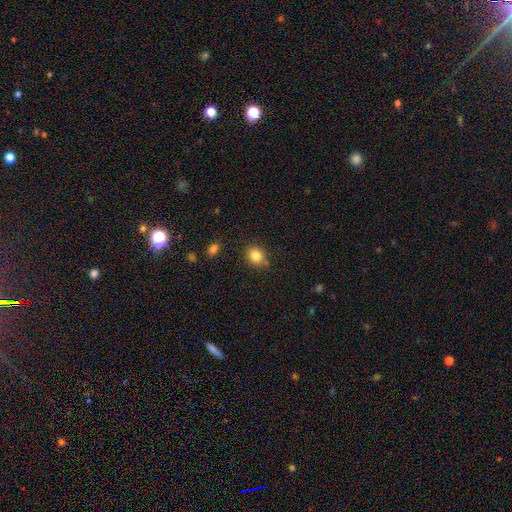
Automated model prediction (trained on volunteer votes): This is clearly a smooth galaxy (83%). How rounded: likely round (68%). Merging: clearly none (84%).